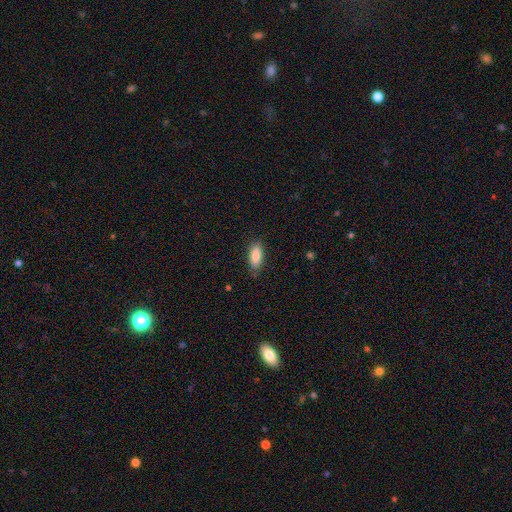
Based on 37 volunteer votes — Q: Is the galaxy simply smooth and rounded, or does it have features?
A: smooth — 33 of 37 (89%).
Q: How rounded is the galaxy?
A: in between — 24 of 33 (73%).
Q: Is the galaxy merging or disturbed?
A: none — 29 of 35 (83%).